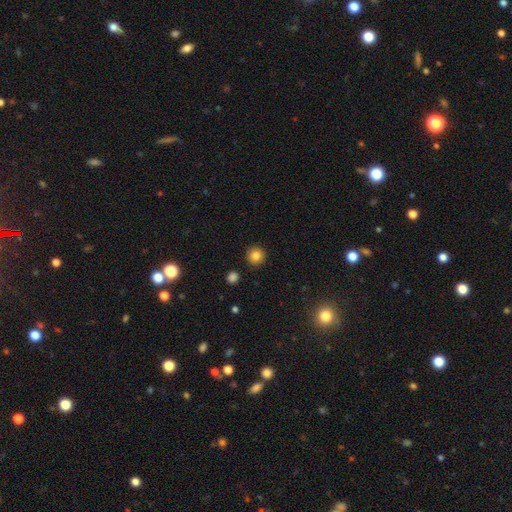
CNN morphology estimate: Q: Smooth or featured?
A: smooth (84%); runner-up: star or artifact (11%)
Q: How rounded?
A: round (95%); runner-up: in between (4%)
Q: Merging?
A: none (91%); runner-up: minor disturbance (5%)